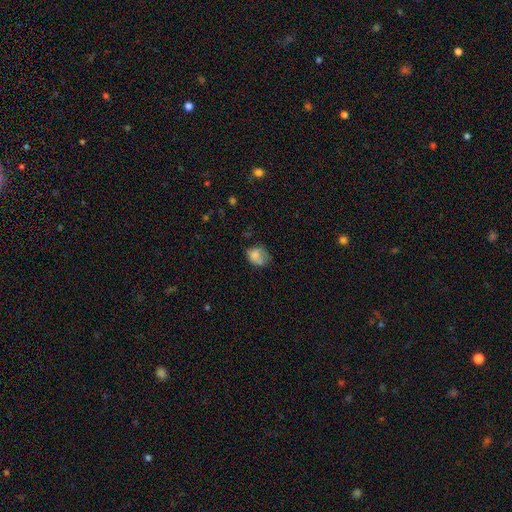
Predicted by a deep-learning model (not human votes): Smooth or featured: smooth — 71% (featured or disk — 19%)
How rounded: in between — 55% (round — 44%)
Merging: none — 40% (minor disturbance — 32%)